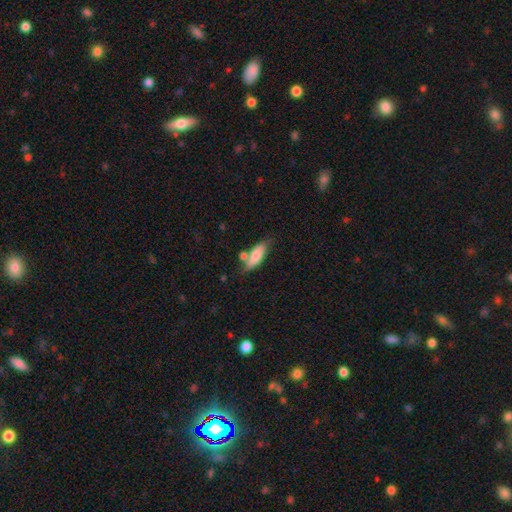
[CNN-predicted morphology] Overall: smooth (75%). How rounded: in between (68%; cigar-shaped 29%). Merging: none (56%; minor disturbance 21%).